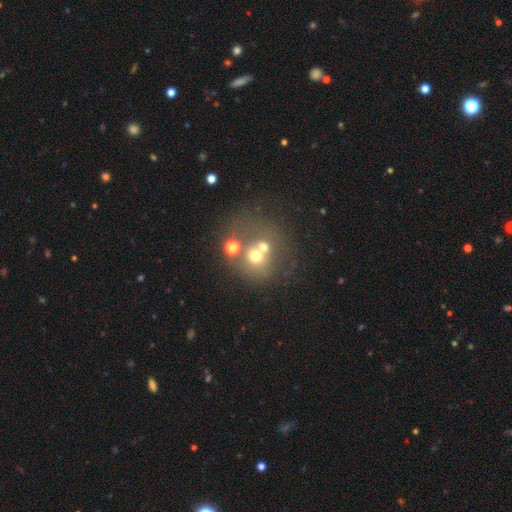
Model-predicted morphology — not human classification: smooth 57%, featured or disk 24%, star or artifact 19%. Down the decision tree: how rounded — round (81%); merging — merger (45%).